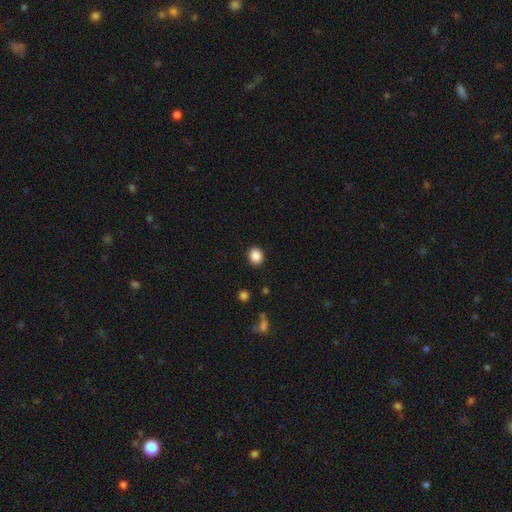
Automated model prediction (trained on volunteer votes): Q: Smooth or featured?
A: smooth (87%); runner-up: star or artifact (9%)
Q: How rounded?
A: round (68%); runner-up: in between (31%)
Q: Merging?
A: none (90%); runner-up: minor disturbance (6%)